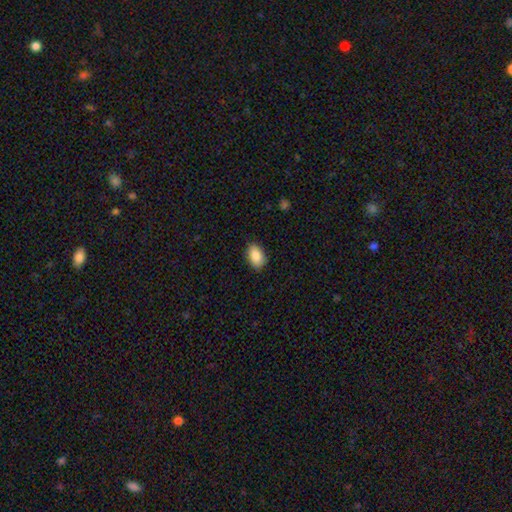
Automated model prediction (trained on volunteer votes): Smooth or featured? smooth (87%)
How rounded? in between (89%)
Merging? none (85%)